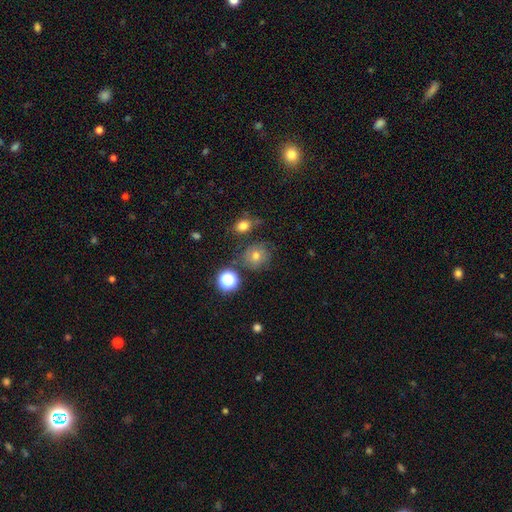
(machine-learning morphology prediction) Q: Smooth or featured?
A: smooth (65%); runner-up: star or artifact (20%)
Q: How rounded?
A: round (85%); runner-up: in between (14%)
Q: Merging?
A: none (71%); runner-up: minor disturbance (17%)